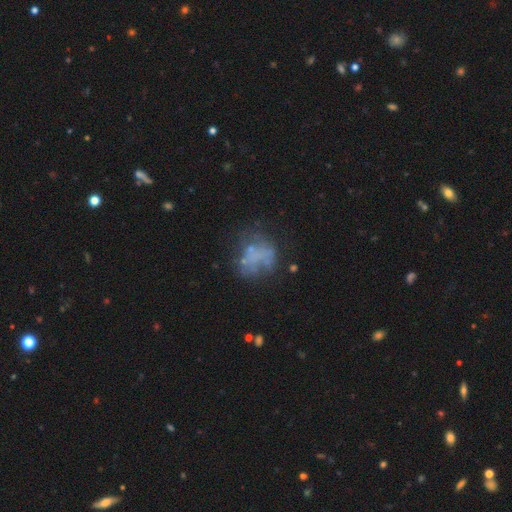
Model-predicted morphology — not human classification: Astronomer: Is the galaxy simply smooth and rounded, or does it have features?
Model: featured or disk — 45% (runner-up: smooth, 38%).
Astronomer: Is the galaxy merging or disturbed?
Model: none — 45% (runner-up: major disturbance, 25%).